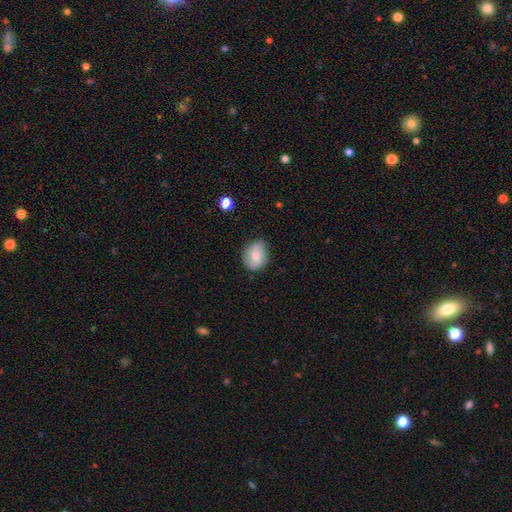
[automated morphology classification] Smooth or featured? Predicted: smooth (p=0.61). How rounded? Predicted: round (p=0.56). Merging? Predicted: none (p=0.79).